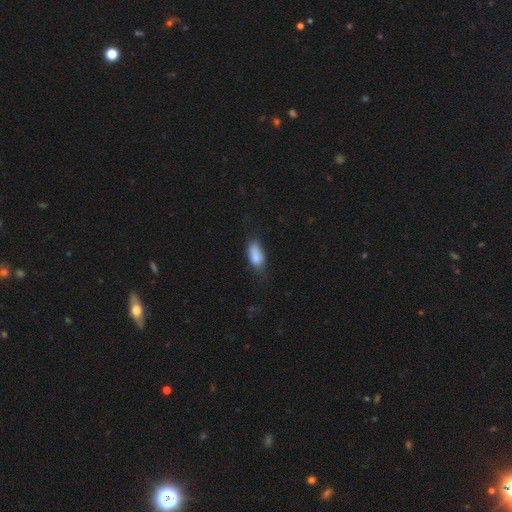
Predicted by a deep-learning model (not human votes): The model was most divided on "merging": none: 58%, minor disturbance: 31%, major disturbance: 9%, merger: 2%. More confident: how rounded — in between (87%); smooth or featured — smooth (84%).